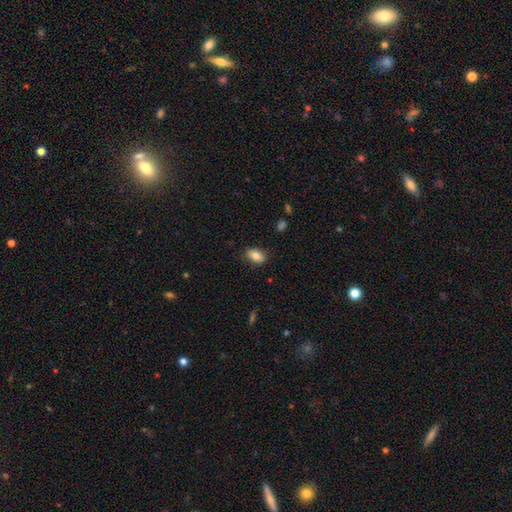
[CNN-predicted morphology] Smooth or featured?
  - smooth: 84% *
  - featured or disk: 8%
  - star or artifact: 8%
How rounded?
  - in between: 90% *
  - round: 7%
  - cigar-shaped: 3%
Merging?
  - none: 83% *
  - minor disturbance: 13%
  - major disturbance: 3%
  - merger: 1%